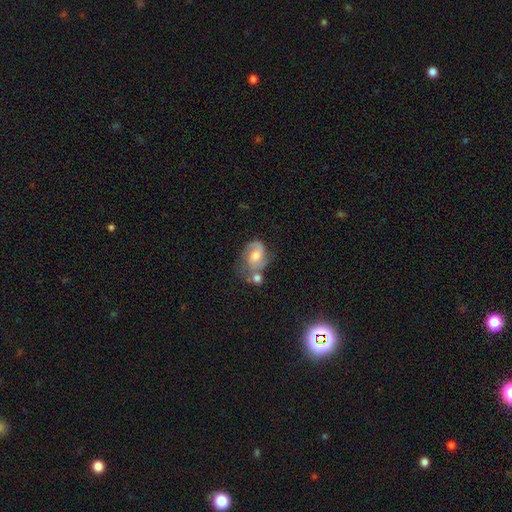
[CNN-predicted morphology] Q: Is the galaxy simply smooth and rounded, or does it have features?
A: featured or disk — 66%.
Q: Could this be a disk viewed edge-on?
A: no — 97%.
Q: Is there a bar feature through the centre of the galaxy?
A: no — 56%.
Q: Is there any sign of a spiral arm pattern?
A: yes — 89%.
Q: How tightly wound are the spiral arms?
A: medium — 49%.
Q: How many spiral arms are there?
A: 2 — 75%.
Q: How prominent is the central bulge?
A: moderate — 62%.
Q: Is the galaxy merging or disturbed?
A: none — 41%.